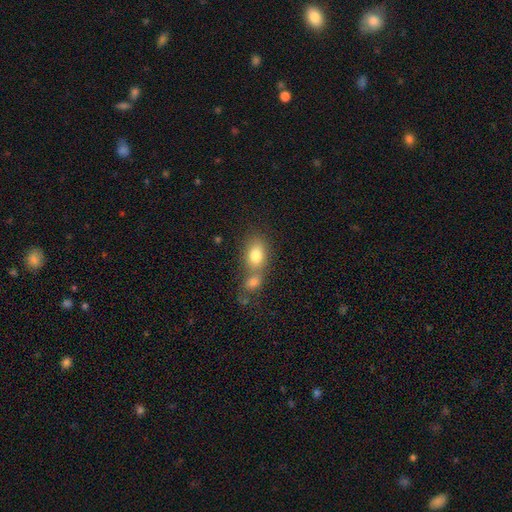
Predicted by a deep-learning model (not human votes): Smooth or featured? smooth (79%)
How rounded? in between (77%)
Merging? merger (48%)